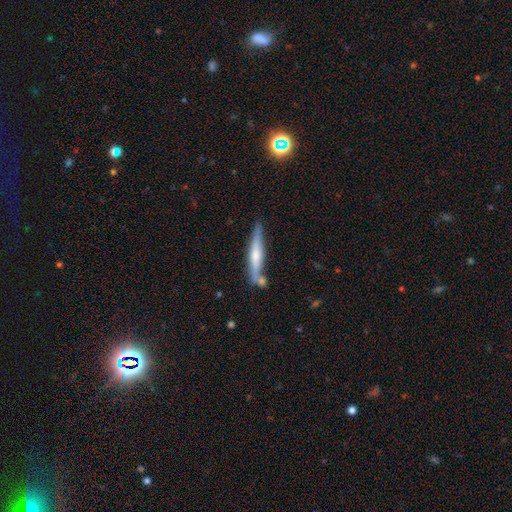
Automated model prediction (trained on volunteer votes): Smooth or featured? Predicted: featured or disk (p=0.52). Edge-on disk? Predicted: yes (p=0.93). Merging? Predicted: none (p=0.64).